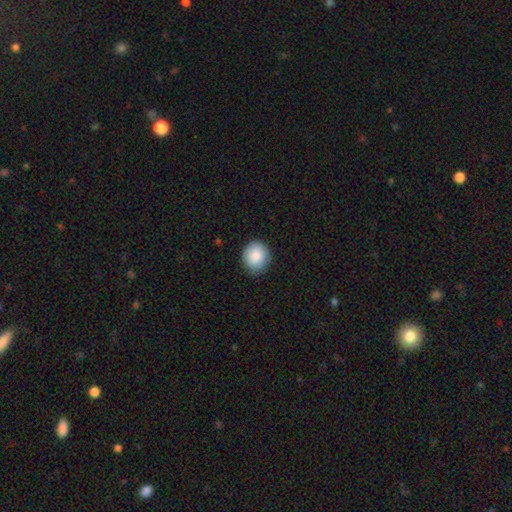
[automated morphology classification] This appears to be a smooth galaxy with no disk features (87%) that is round (84%). Merging: none (86%).